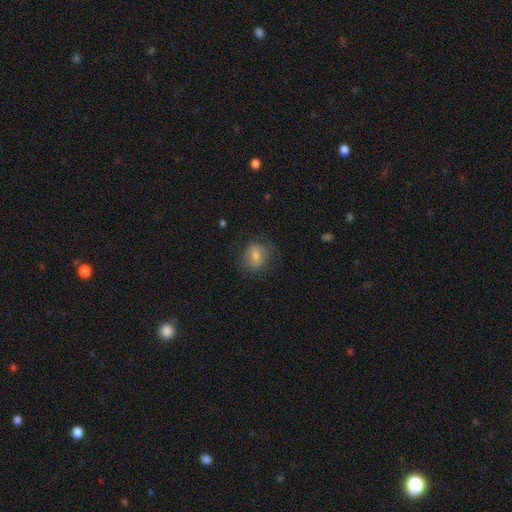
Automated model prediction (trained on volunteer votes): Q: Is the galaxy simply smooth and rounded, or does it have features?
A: smooth — 71%.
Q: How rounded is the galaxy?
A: round — 52%.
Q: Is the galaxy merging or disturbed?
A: none — 67%.